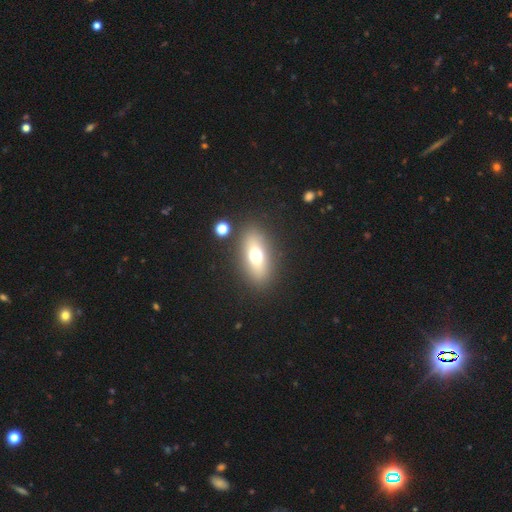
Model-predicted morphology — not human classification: This appears to be a smooth galaxy with no disk features (62%) that is in between round and cigar-shaped (73%). Merging: none (85%).